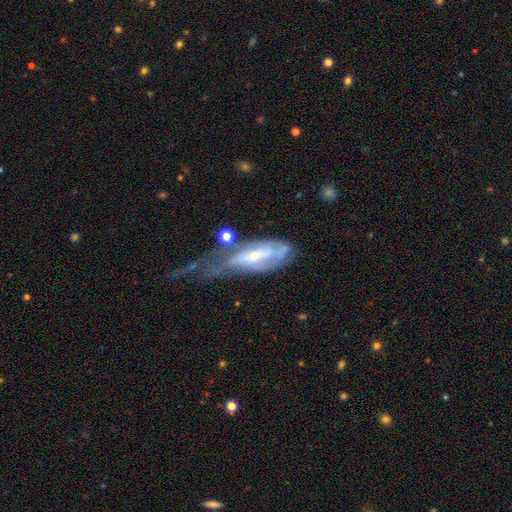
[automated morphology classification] Q: Smooth or featured?
A: featured or disk (62%); runner-up: smooth (31%)
Q: Edge-on disk?
A: no (82%); runner-up: yes (18%)
Q: Bar?
A: no (50%); runner-up: weak (31%)
Q: Spiral arms?
A: yes (60%); runner-up: no (40%)
Q: Bulge size?
A: small (55%); runner-up: moderate (37%)
Q: Merging?
A: major disturbance (50%); runner-up: minor disturbance (22%)